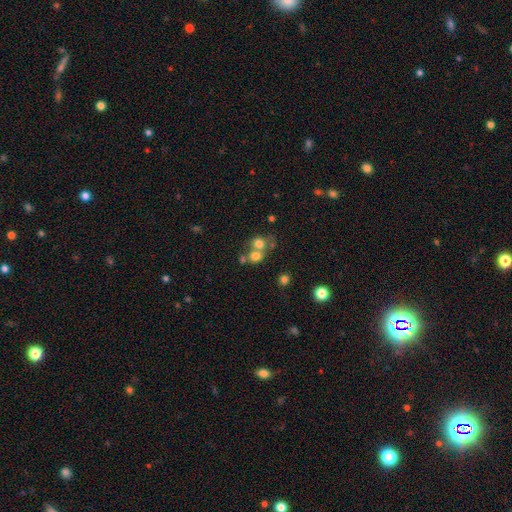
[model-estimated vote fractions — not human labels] Overall: smooth (70%). How rounded: round (79%). Merging: merger (54%; none 36%).